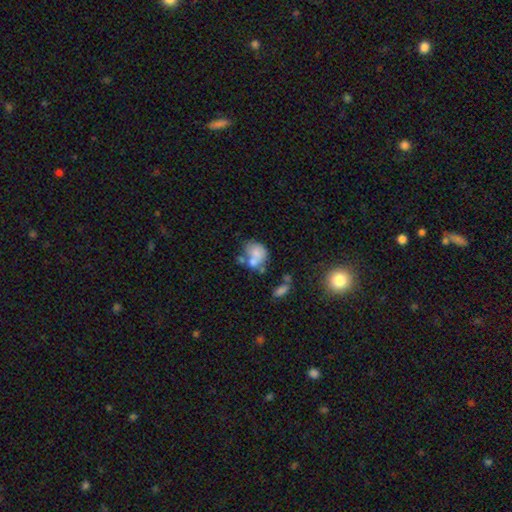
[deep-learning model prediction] smooth 64%, featured or disk 26%, star or artifact 10%. Down the decision tree: how rounded — in between (53%); merging — merger (48%).